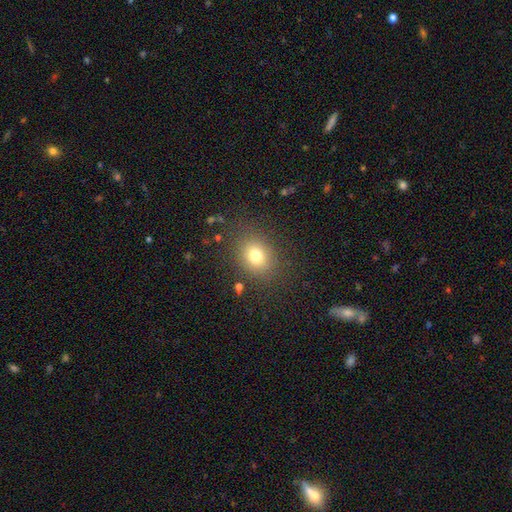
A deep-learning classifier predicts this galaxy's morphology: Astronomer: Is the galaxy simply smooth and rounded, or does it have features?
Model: smooth — 76%.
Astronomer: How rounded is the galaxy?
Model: round — 57% (runner-up: in between, 42%).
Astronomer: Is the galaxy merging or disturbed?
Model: none — 82%.